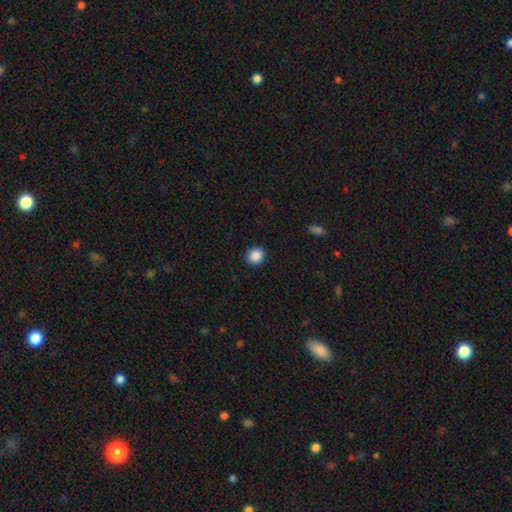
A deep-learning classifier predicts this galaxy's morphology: smooth-or-featured: smooth: 88% | star or artifact: 9% | featured or disk: 3%
  how-rounded: round: 90% | in between: 9% | cigar-shaped: 1%
  merging: none: 92% | minor disturbance: 5% | major disturbance: 2% | merger: 1%